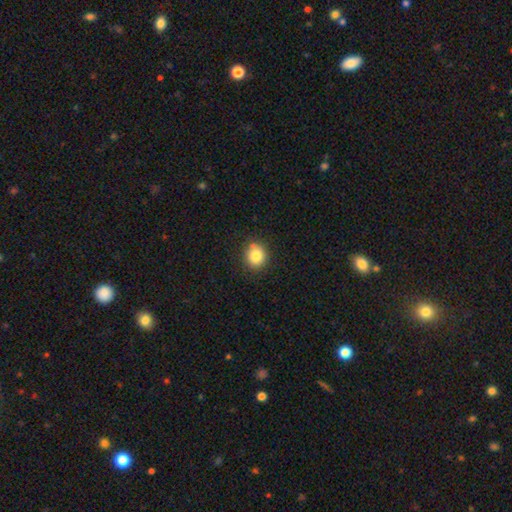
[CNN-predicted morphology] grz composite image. It shows a smooth galaxy with no disk features (83%) that is round (77%). Merging: none (82%).